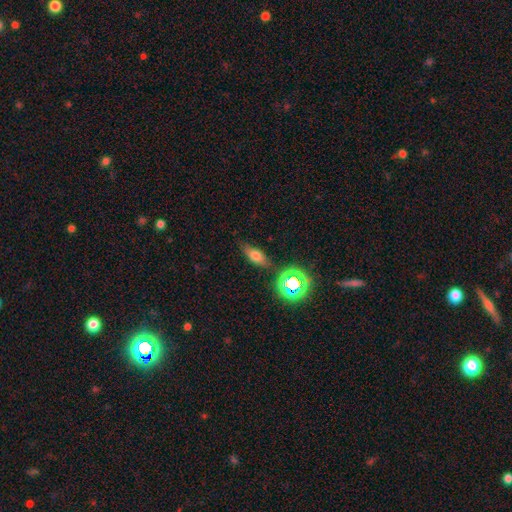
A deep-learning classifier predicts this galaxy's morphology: smooth-or-featured: smooth: 64% | featured or disk: 19% | star or artifact: 17%
  how-rounded: in between: 67% | cigar-shaped: 24% | round: 9%
  merging: none: 80% | minor disturbance: 14% | major disturbance: 4% | merger: 3%